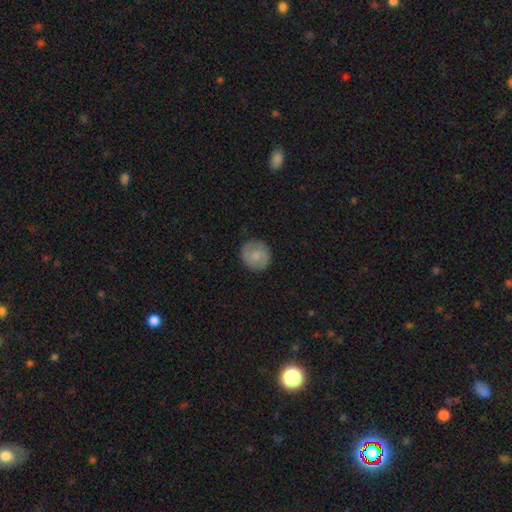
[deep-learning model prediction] Smooth or featured: smooth — 71% (featured or disk — 21%)
How rounded: round — 93% (in between — 6%)
Merging: none — 86% (minor disturbance — 10%)